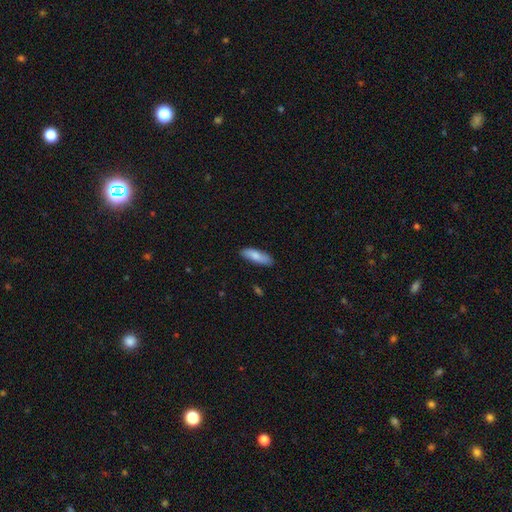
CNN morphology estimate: Smooth or featured: smooth — 81% (featured or disk — 14%)
How rounded: in between — 54% (cigar-shaped — 45%)
Merging: none — 84% (minor disturbance — 13%)